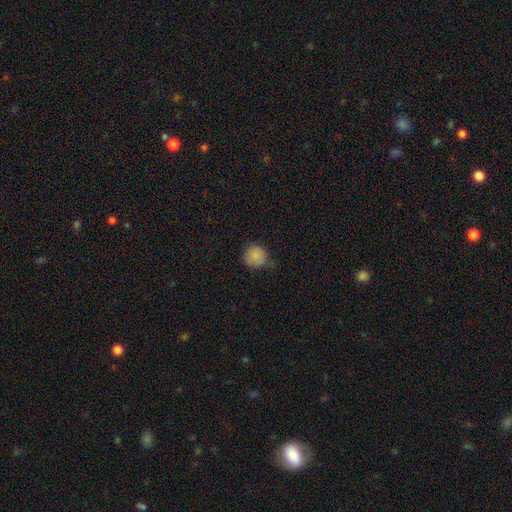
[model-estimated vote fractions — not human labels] Overall: smooth (85%). How rounded: round (92%). Merging: none (68%).